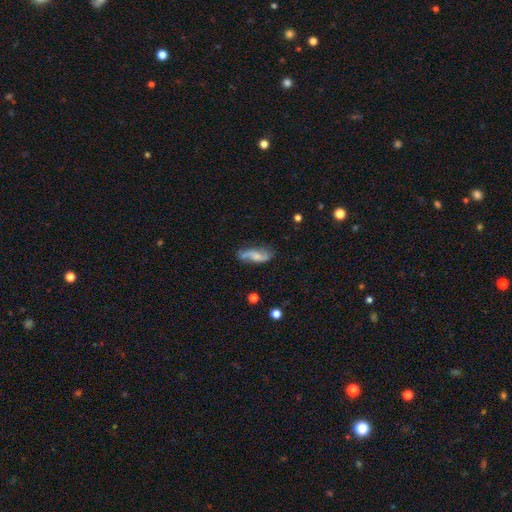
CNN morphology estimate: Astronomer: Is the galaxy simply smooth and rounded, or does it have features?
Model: featured or disk — 56% (runner-up: smooth, 36%).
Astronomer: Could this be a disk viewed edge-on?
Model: no — 89%.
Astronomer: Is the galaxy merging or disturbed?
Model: none — 64%.